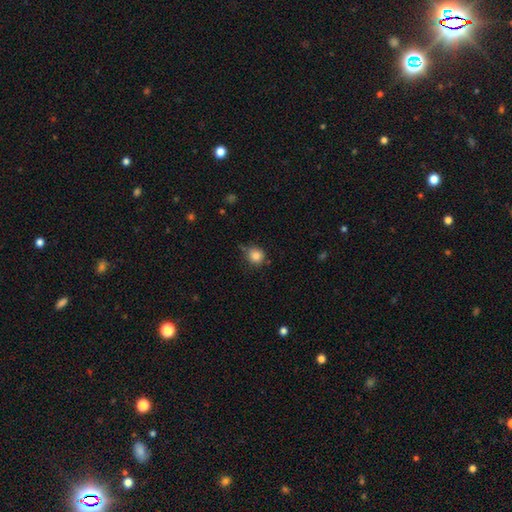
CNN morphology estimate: A smooth galaxy with no disk features (85%) that is round (89%). Merging: none (72%).